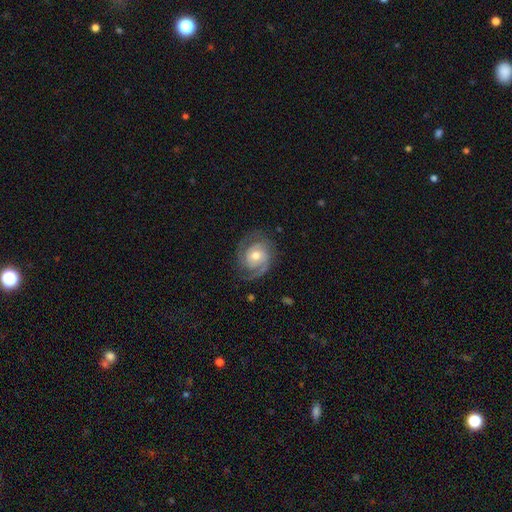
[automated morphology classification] Smooth or featured: featured or disk — 86% (smooth — 8%)
Edge-on disk: no — 98% (yes — 2%)
Bar: no — 64% (weak — 28%)
Spiral arms: yes — 97% (no — 3%)
Spiral winding: tight — 56% (medium — 36%)
Spiral arm count: 2 — 75% (3 — 9%)
Bulge size: moderate — 67% (small — 27%)
Merging: none — 77% (minor disturbance — 16%)